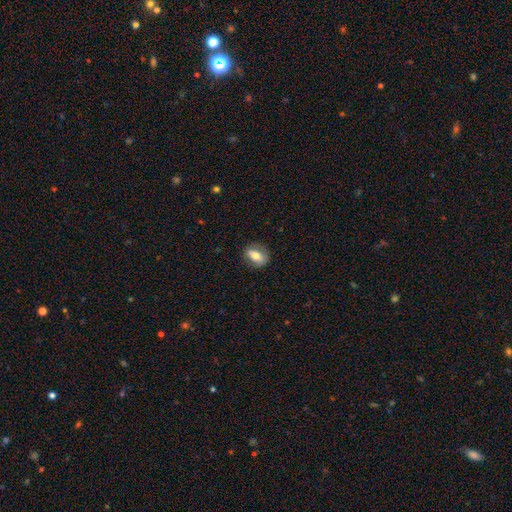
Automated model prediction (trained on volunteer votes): A smooth galaxy with no disk features (63%) that is in between round and cigar-shaped (71%).

Vote fractions:
- Smooth or featured? smooth: 63% / featured or disk: 29% / star or artifact: 8%
- How rounded? in between: 71% / round: 24% / cigar-shaped: 5%
- Merging? none: 80% / minor disturbance: 14% / major disturbance: 4% / merger: 1%